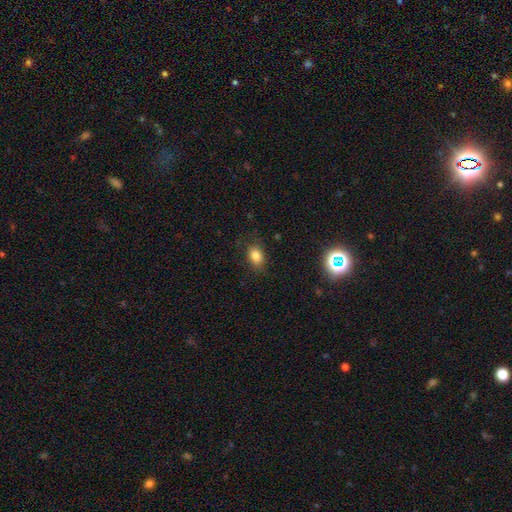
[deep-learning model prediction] Smooth or featured?
  - smooth: 82% *
  - star or artifact: 11%
  - featured or disk: 7%
How rounded?
  - in between: 76% *
  - round: 23%
  - cigar-shaped: 2%
Merging?
  - none: 81% *
  - minor disturbance: 14%
  - major disturbance: 4%
  - merger: 1%